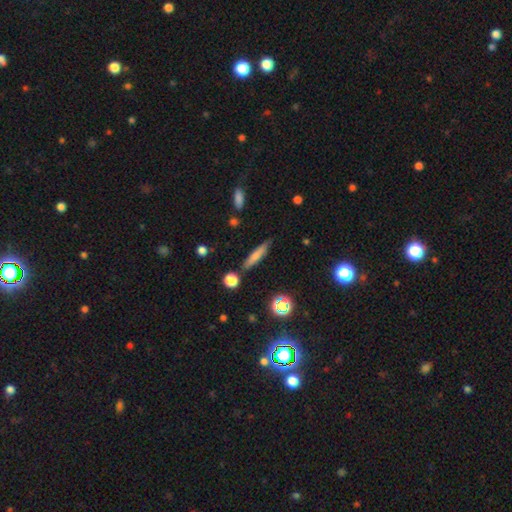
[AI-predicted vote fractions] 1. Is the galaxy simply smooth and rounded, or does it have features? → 69% smooth, 22% featured or disk, 9% star or artifact.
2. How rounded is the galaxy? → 86% cigar-shaped, 12% in between, 3% round.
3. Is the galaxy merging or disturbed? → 81% none, 13% minor disturbance, 4% merger, 3% major disturbance.